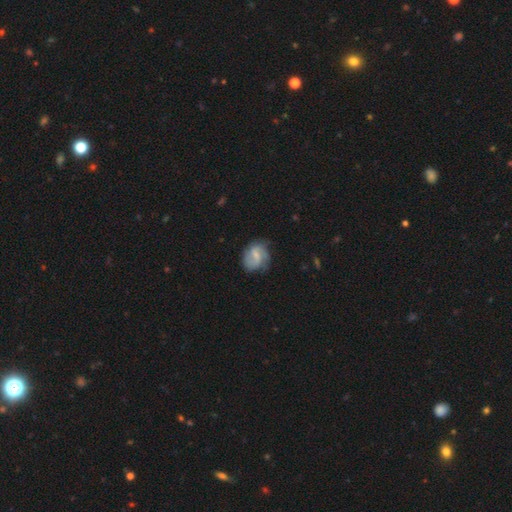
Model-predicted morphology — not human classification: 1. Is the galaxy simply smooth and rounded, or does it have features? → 60% featured or disk, 34% smooth, 7% star or artifact.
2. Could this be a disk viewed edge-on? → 98% no, 2% yes.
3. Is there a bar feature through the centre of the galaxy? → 56% weak, 25% no, 18% strong.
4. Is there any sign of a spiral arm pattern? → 86% yes, 14% no.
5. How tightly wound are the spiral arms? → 43% medium, 34% loose, 23% tight.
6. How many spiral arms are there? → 70% 2, 15% can't tell, 8% 1, 5% 3, 1% 4, 1% more than 4.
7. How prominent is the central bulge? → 47% small, 27% moderate, 23% none, 2% large, 1% dominant.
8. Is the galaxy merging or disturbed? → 61% none, 26% minor disturbance, 11% major disturbance, 2% merger.